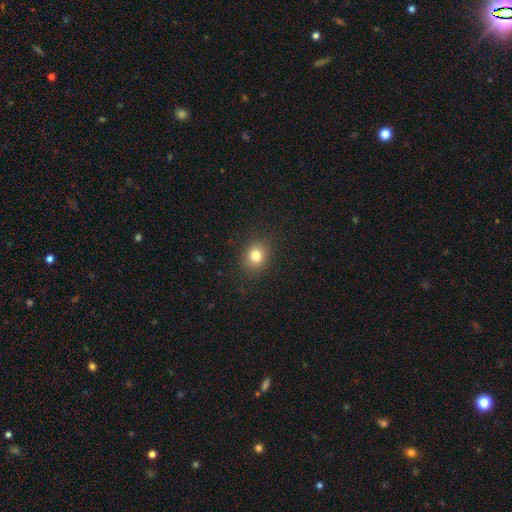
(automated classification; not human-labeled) Smooth or featured: smooth — 80% (star or artifact — 13%)
How rounded: round — 68% (in between — 31%)
Merging: none — 88% (minor disturbance — 8%)